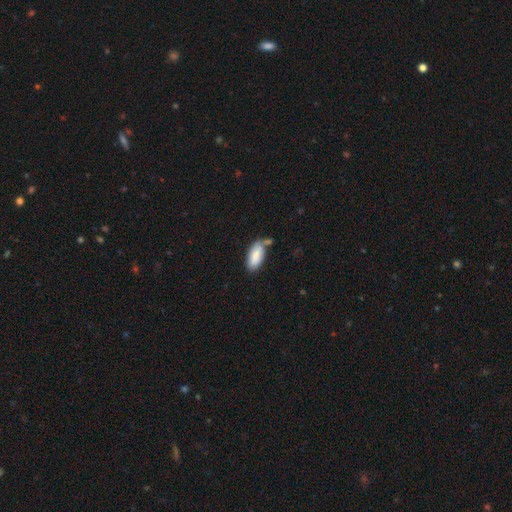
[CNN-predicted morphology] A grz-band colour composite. It shows a smooth galaxy with no disk features (86%) that is in between round and cigar-shaped (90%). Merging: none (61%).